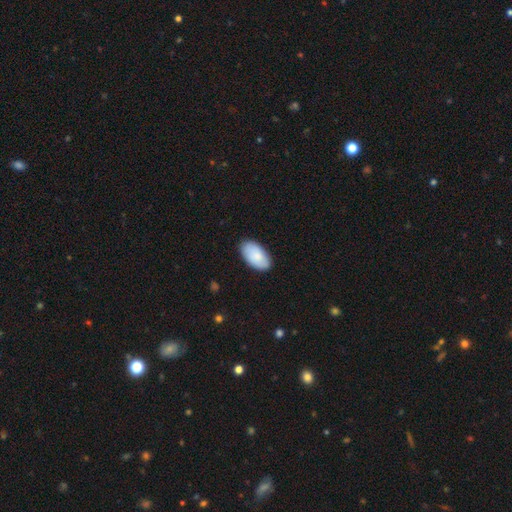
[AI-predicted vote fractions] This is clearly a smooth galaxy (85%). How rounded: clearly in between (96%). Merging: clearly none (86%).